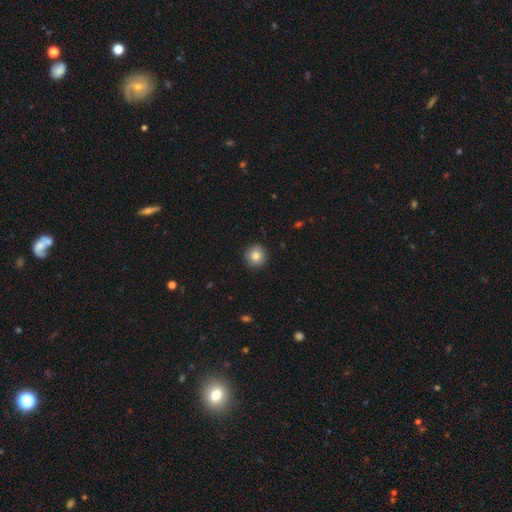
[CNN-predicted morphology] Q: Smooth or featured?
A: smooth (84%); runner-up: star or artifact (9%)
Q: How rounded?
A: round (95%); runner-up: in between (4%)
Q: Merging?
A: none (92%); runner-up: minor disturbance (6%)